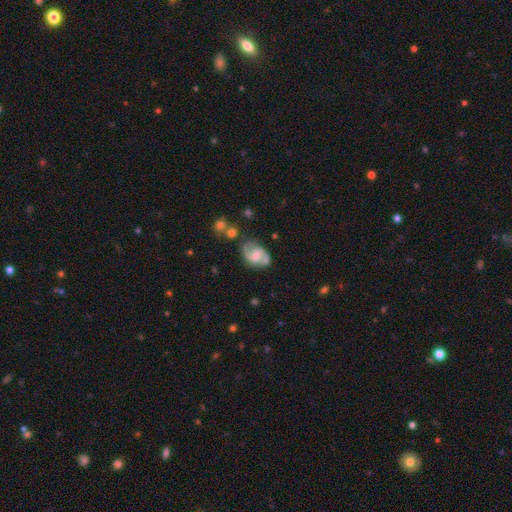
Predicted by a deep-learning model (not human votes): A featured or disk galaxy (80%) with no bar (53%), 2 (90%) medium (54%) spiral arms (95%) and a moderate central bulge (49%).

Vote fractions:
- Smooth or featured? featured or disk: 80% / smooth: 14% / star or artifact: 6%
- Edge-on disk? no: 98% / yes: 2%
- Bar? no: 53% / weak: 39% / strong: 8%
- Spiral arms? yes: 95% / no: 5%
- Spiral winding? medium: 54% / loose: 27% / tight: 19%
- Spiral arm count? 2: 90% / can't tell: 4% / 3: 2% / 1: 2% / 4: 1% / more than 4: 1%
- Bulge size? moderate: 49% / small: 40% / none: 6% / large: 4% / dominant: 1%
- Merging? none: 62% / minor disturbance: 20% / merger: 11% / major disturbance: 7%